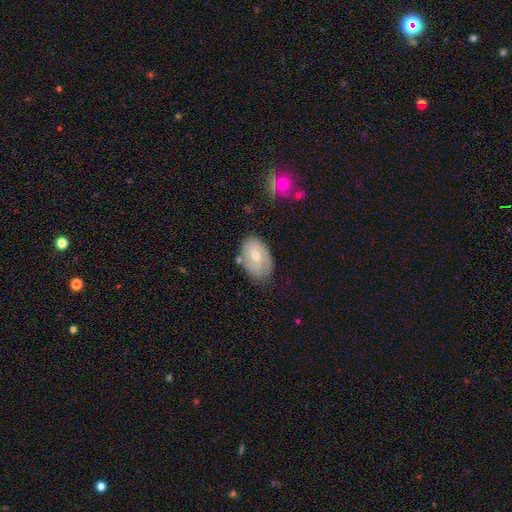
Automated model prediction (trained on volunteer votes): Smooth or featured?
  - featured or disk: 55% *
  - smooth: 37%
  - star or artifact: 8%
Edge-on disk?
  - no: 94% *
  - yes: 6%
Bar?
  - no: 65% *
  - weak: 29%
  - strong: 6%
Spiral arms?
  - yes: 69% *
  - no: 31%
Bulge size?
  - moderate: 59% *
  - small: 37%
  - large: 2%
  - none: 1%
  - dominant: 1%
Merging?
  - none: 69% *
  - minor disturbance: 22%
  - major disturbance: 5%
  - merger: 4%